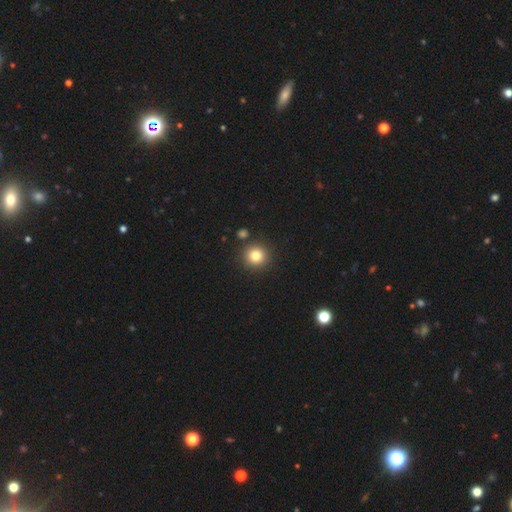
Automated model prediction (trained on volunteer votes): This appears to be a smooth galaxy with no disk features (81%) that is round (93%). Merging: none (87%).